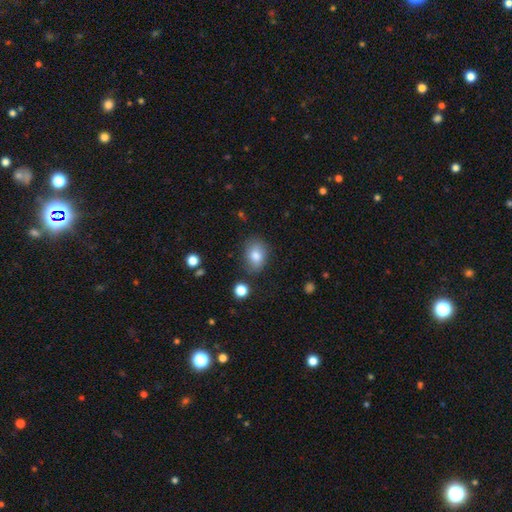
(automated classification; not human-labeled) smooth-or-featured: smooth: 81% | featured or disk: 10% | star or artifact: 9%
  how-rounded: in between: 75% | round: 24% | cigar-shaped: 1%
  merging: none: 77% | minor disturbance: 16% | major disturbance: 4% | merger: 3%